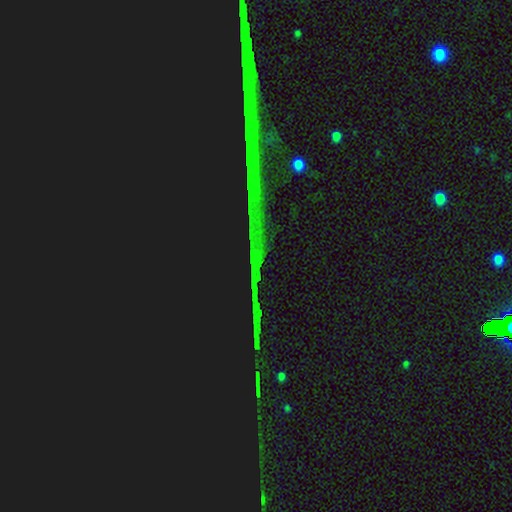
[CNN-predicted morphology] type=star or artifact (84%).